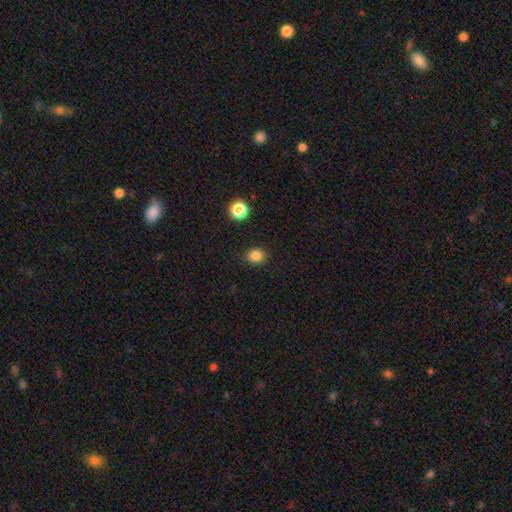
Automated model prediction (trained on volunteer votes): Q: Smooth or featured?
A: smooth (84%); runner-up: star or artifact (12%)
Q: How rounded?
A: round (60%); runner-up: in between (39%)
Q: Merging?
A: none (88%); runner-up: minor disturbance (8%)